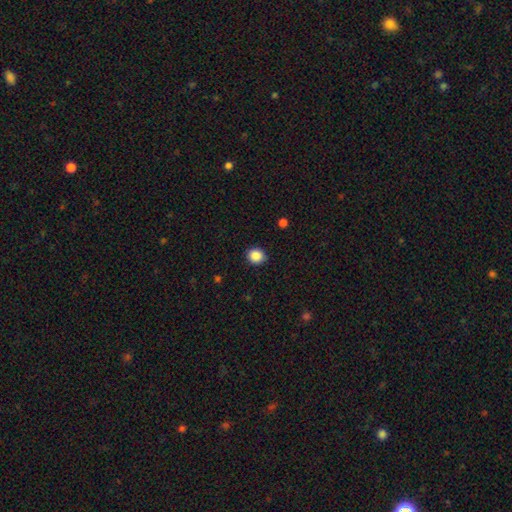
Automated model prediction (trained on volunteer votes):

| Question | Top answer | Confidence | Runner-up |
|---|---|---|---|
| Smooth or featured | smooth | 88% | star or artifact (9%) |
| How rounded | round | 85% | in between (14%) |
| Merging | none | 90% | minor disturbance (7%) |